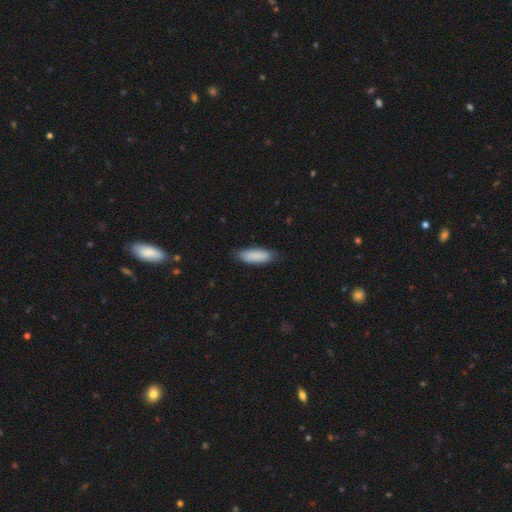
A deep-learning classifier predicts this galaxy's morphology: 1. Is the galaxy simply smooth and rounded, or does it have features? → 87% smooth, 7% featured or disk, 6% star or artifact.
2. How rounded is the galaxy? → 55% in between, 44% cigar-shaped, 2% round.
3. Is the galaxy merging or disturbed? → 80% none, 17% minor disturbance, 3% major disturbance, 1% merger.